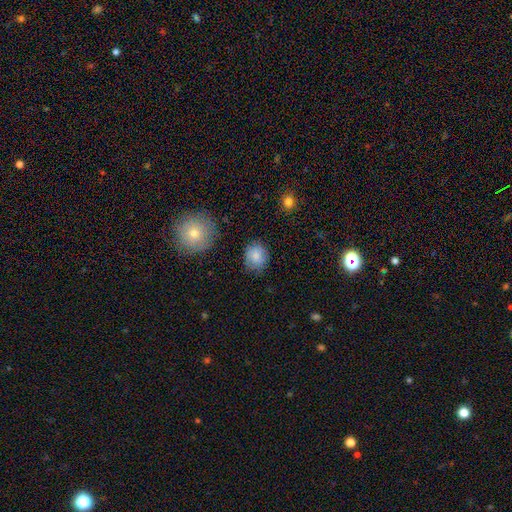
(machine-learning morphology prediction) This is clearly a smooth galaxy (83%). How rounded: likely round (72%). Merging: likely none (78%).